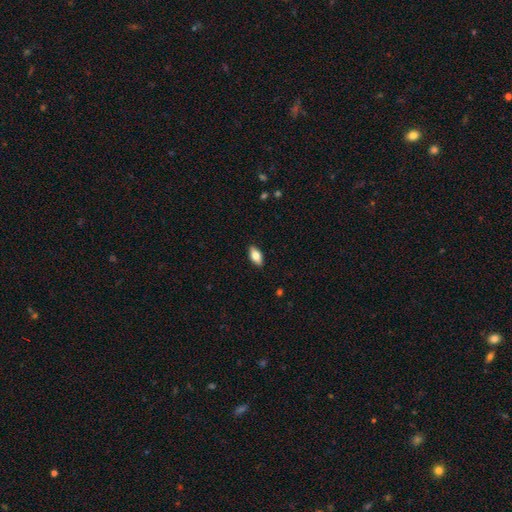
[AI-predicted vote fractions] Smooth or featured: smooth — 77% (featured or disk — 16%)
How rounded: in between — 89% (cigar-shaped — 8%)
Merging: none — 89% (minor disturbance — 8%)